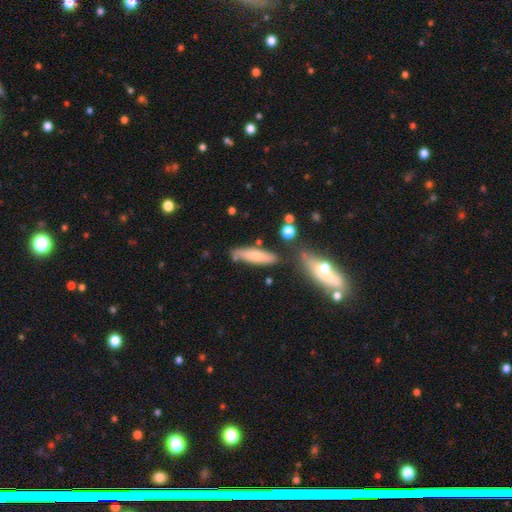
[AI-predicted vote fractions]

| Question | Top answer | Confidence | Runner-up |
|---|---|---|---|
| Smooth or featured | smooth | 68% | featured or disk (25%) |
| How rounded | cigar-shaped | 72% | in between (26%) |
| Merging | none | 71% | minor disturbance (15%) |